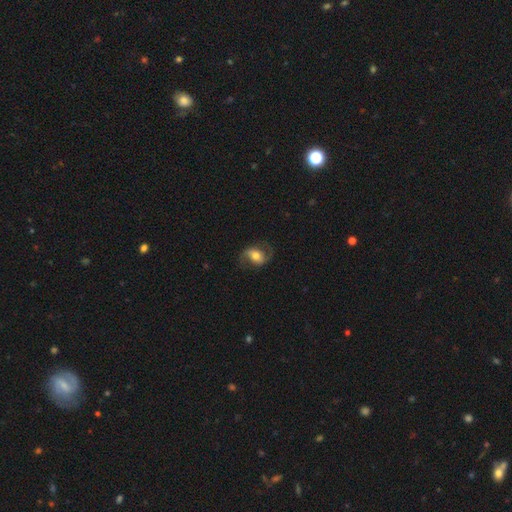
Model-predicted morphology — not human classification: A featured or disk galaxy (65%) with no bar (43%), 2 (90%) loose (49%) spiral arms (88%) and a moderate central bulge (62%). Merging: none (72%).